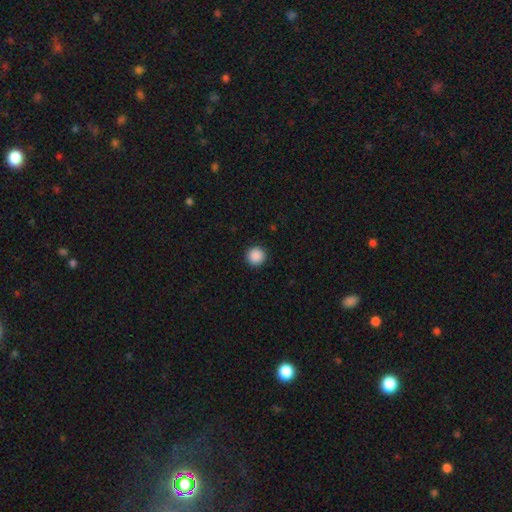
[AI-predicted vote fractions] Smooth or featured: smooth — 89% (star or artifact — 9%)
How rounded: round — 96% (in between — 3%)
Merging: none — 93% (minor disturbance — 4%)